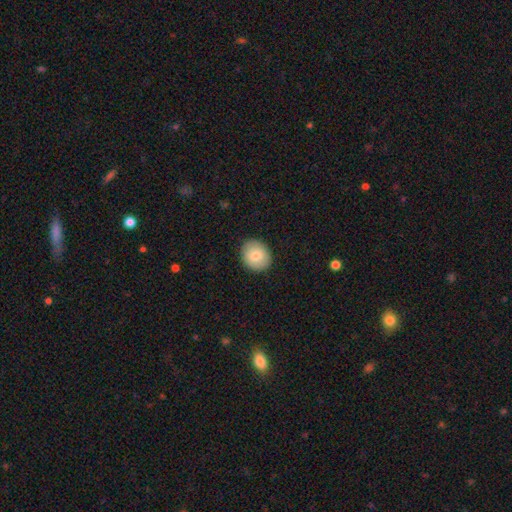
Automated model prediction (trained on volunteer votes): Q: Smooth or featured?
A: smooth (79%); runner-up: featured or disk (14%)
Q: How rounded?
A: round (70%); runner-up: in between (29%)
Q: Merging?
A: none (90%); runner-up: minor disturbance (7%)